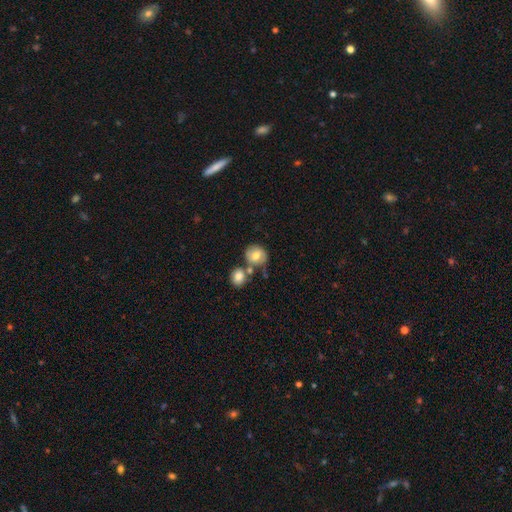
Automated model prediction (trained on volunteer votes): smooth 66%, featured or disk 25%, star or artifact 8%. Down the decision tree: how rounded — round (77%); merging — none (52%).